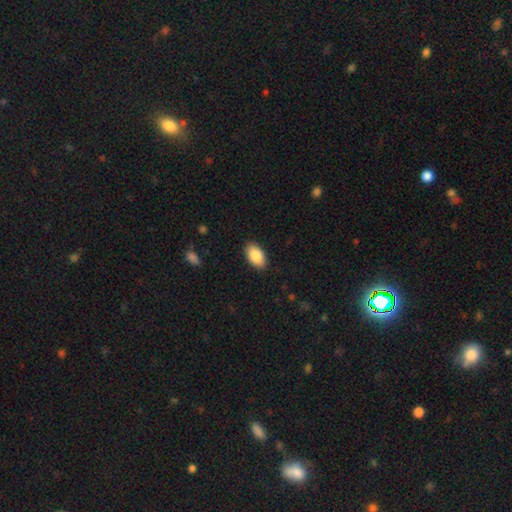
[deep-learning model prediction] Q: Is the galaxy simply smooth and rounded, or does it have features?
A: smooth — 86%.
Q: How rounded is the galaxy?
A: in between — 93%.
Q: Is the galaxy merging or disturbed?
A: none — 88%.